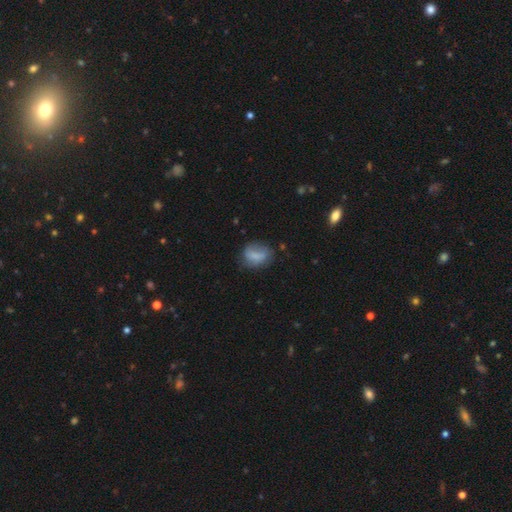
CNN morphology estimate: The model was most divided on "how rounded": in between: 63%, round: 35%, cigar-shaped: 2%. More confident: smooth or featured — smooth (71%); merging — none (59%).